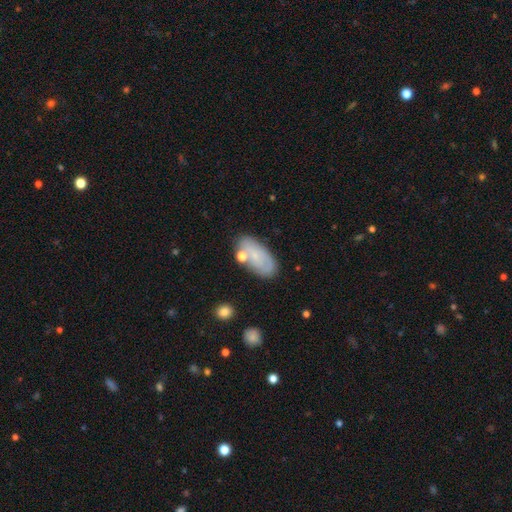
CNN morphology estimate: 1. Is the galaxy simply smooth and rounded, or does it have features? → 55% smooth, 36% featured or disk, 8% star or artifact.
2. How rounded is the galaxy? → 91% in between, 5% cigar-shaped, 4% round.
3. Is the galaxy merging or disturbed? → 67% none, 19% minor disturbance, 8% merger, 6% major disturbance.